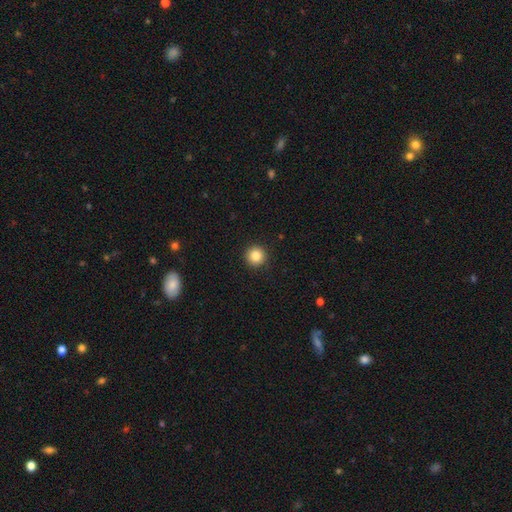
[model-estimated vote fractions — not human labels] Smooth or featured? Predicted: smooth (p=0.85). How rounded? Predicted: round (p=0.96). Merging? Predicted: none (p=0.93).